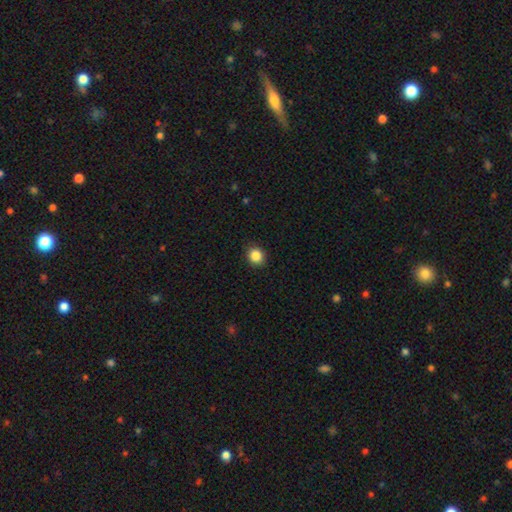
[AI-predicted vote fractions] Overall: smooth (87%). How rounded: round (79%). Merging: none (90%).